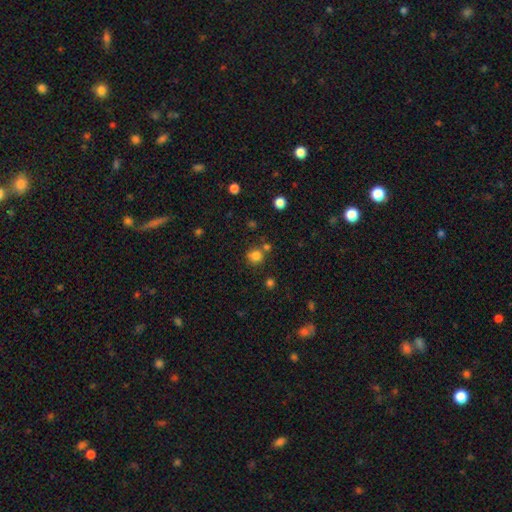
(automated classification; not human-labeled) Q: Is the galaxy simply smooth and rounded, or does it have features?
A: smooth — 80%.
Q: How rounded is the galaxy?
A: round — 87%.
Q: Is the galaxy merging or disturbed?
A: none — 69%.